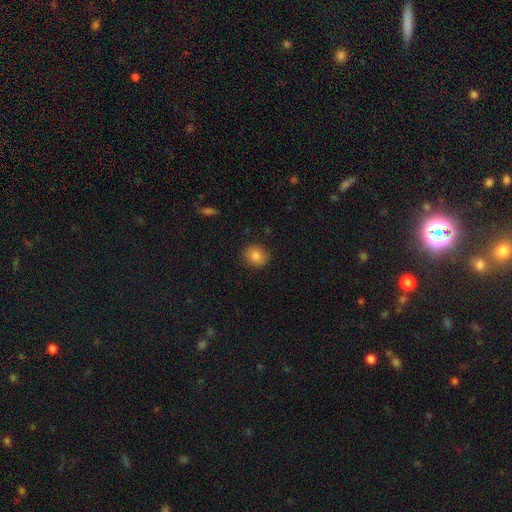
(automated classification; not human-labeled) Smooth or featured? Predicted: smooth (p=0.85). How rounded? Predicted: round (p=0.71). Merging? Predicted: none (p=0.88).